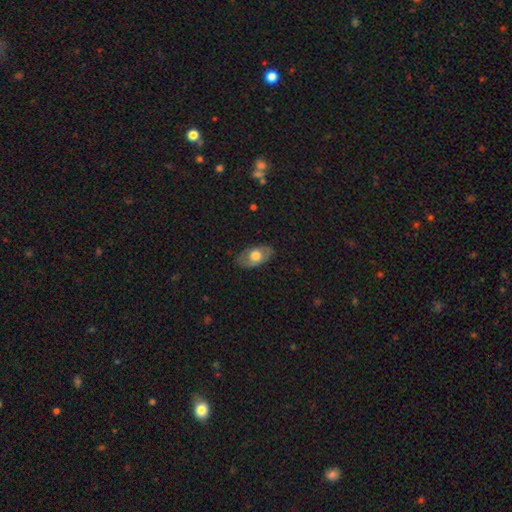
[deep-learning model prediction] The model was most divided on "smooth or featured": smooth: 53%, featured or disk: 41%, star or artifact: 6%. More confident: how rounded — in between (89%); merging — none (79%).